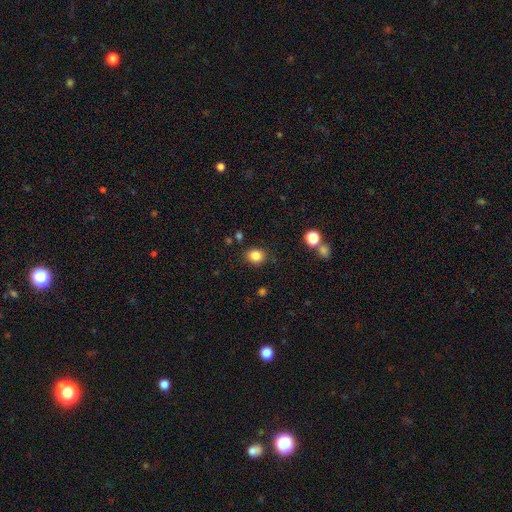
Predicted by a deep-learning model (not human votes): Smooth or featured? Predicted: smooth (p=0.84). How rounded? Predicted: round (p=0.66). Merging? Predicted: none (p=0.85).